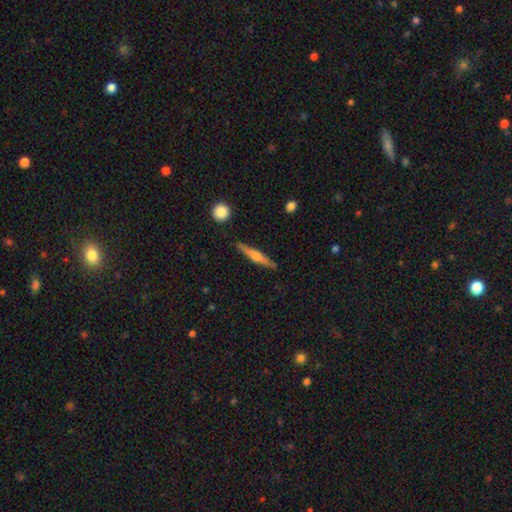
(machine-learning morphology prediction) Smooth or featured: featured or disk — 60% (smooth — 34%)
Edge-on disk: yes — 97% (no — 3%)
Edge-on bulge: rounded — 79% (boxy — 14%)
Merging: none — 87% (minor disturbance — 9%)